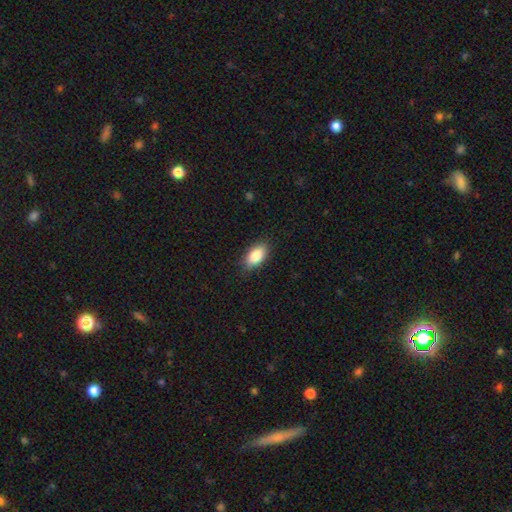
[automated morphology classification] Smooth or featured? Predicted: smooth (p=0.85). How rounded? Predicted: in between (p=0.90). Merging? Predicted: none (p=0.84).